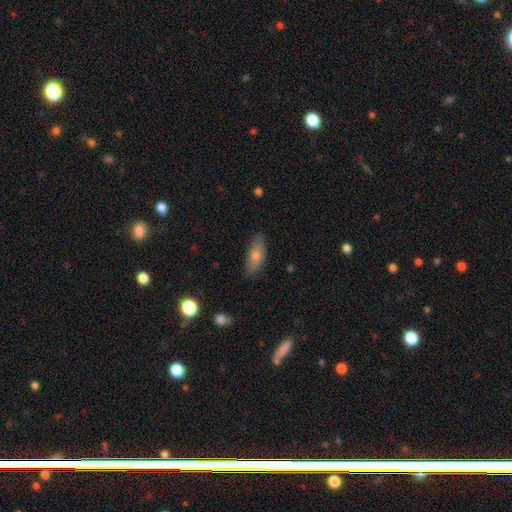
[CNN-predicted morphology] Q: Smooth or featured?
A: smooth (73%); runner-up: featured or disk (21%)
Q: How rounded?
A: in between (85%); runner-up: cigar-shaped (12%)
Q: Merging?
A: none (79%); runner-up: minor disturbance (17%)